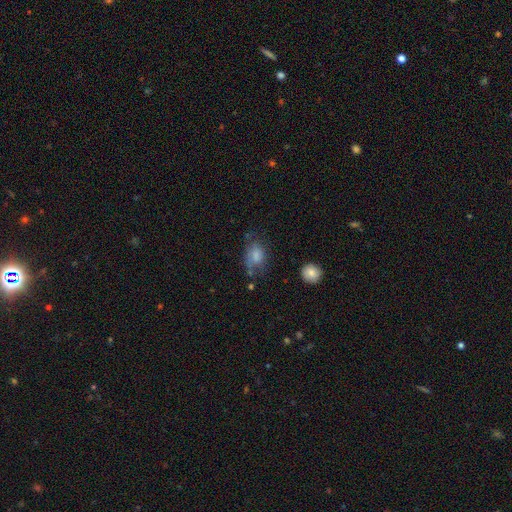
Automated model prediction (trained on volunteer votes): A smooth galaxy with no disk features (75%) that is in between round and cigar-shaped (78%). Merging: none (48%).